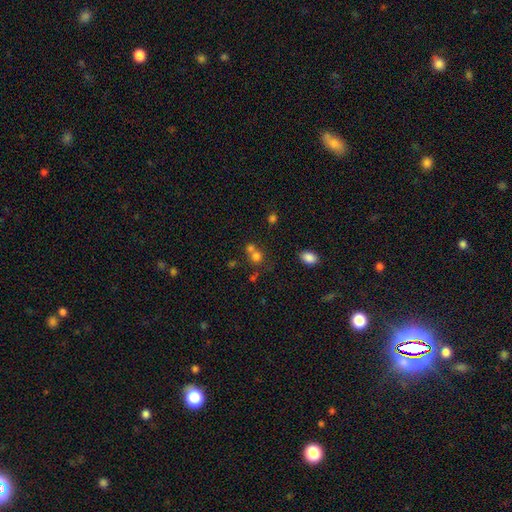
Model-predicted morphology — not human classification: Overall: smooth (72%). How rounded: round (79%). Merging: merger (49%; none 40%).